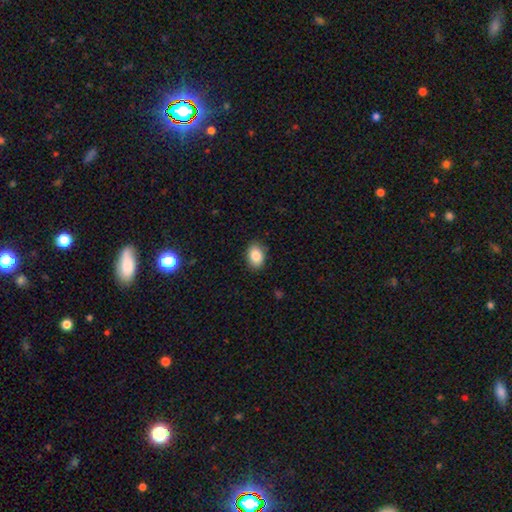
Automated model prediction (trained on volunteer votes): Smooth or featured? Predicted: smooth (p=0.87). How rounded? Predicted: in between (p=0.81). Merging? Predicted: none (p=0.87).